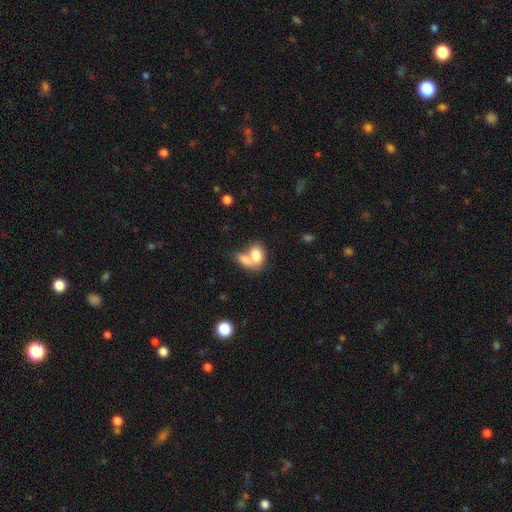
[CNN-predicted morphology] Q: Smooth or featured?
A: smooth (79%); runner-up: featured or disk (14%)
Q: How rounded?
A: in between (82%); runner-up: round (16%)
Q: Merging?
A: merger (65%); runner-up: none (23%)